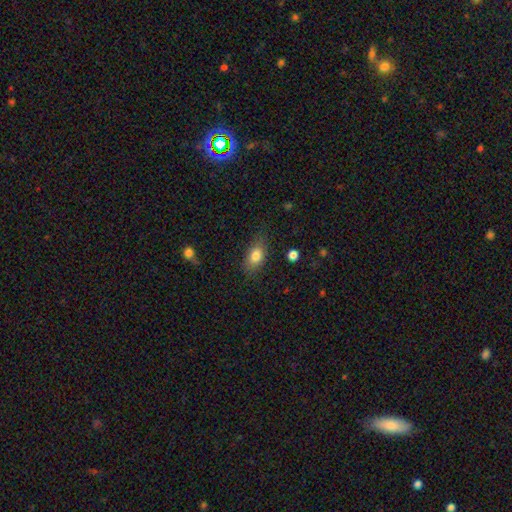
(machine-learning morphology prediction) This appears to be a smooth galaxy with no disk features (81%) that is in between round and cigar-shaped (83%). Merging: none (77%).